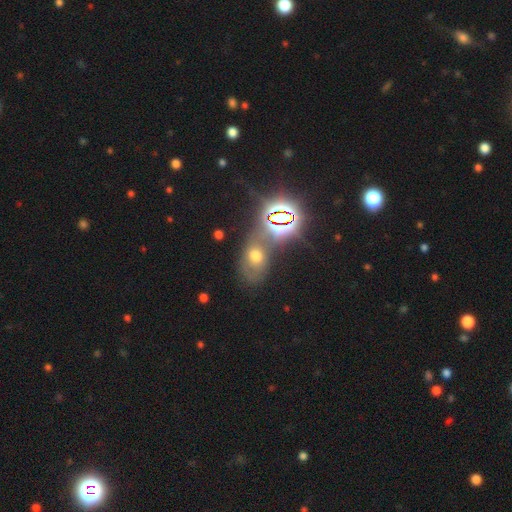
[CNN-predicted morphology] Q: Smooth or featured?
A: smooth (45%); runner-up: star or artifact (31%)
Q: Merging?
A: none (46%); runner-up: merger (22%)